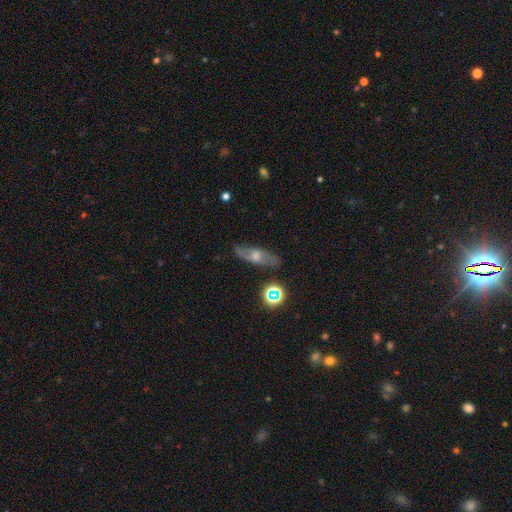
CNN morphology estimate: A featured or disk galaxy (58%). Merging: none (80%).